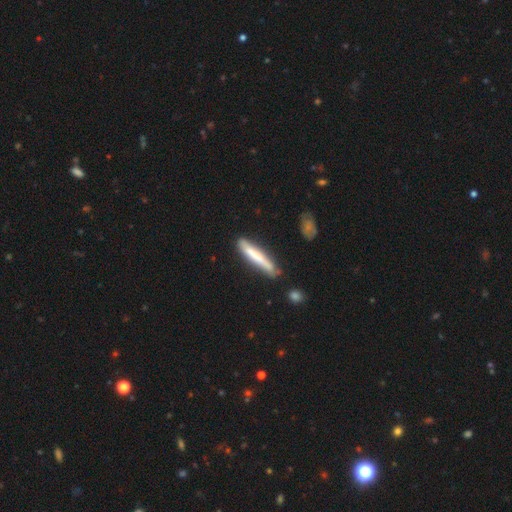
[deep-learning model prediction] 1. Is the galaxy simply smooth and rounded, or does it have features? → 63% smooth, 31% featured or disk, 6% star or artifact.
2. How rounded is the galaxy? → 93% cigar-shaped, 5% in between, 1% round.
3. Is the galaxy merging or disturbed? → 76% none, 17% minor disturbance, 4% merger, 3% major disturbance.